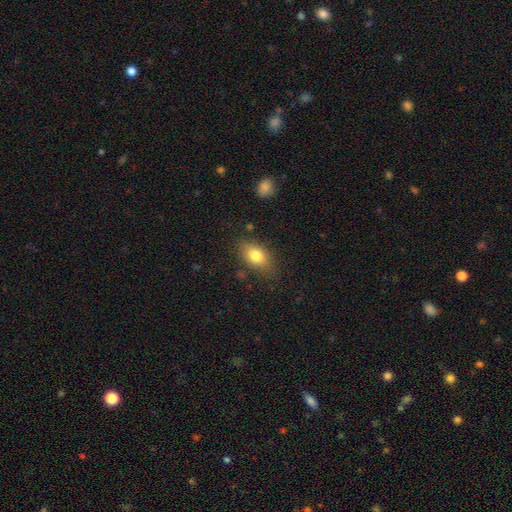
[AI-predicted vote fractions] This appears to be a smooth galaxy with no disk features (79%) that is in between round and cigar-shaped (84%). Merging: none (78%).